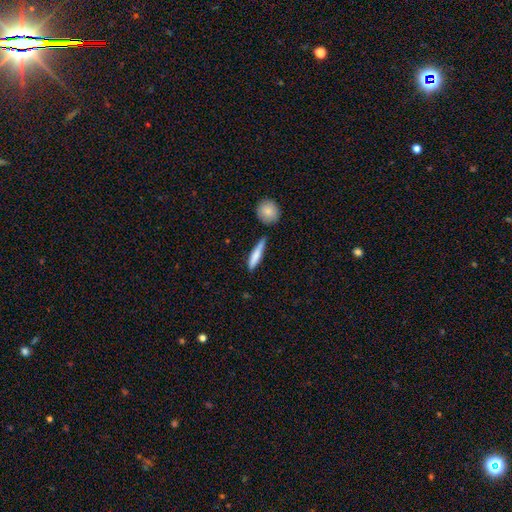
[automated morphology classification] smooth_or_featured: smooth (p=0.75) [alt: featured or disk p=0.19]
how_rounded: cigar-shaped (p=0.85) [alt: in between p=0.13]
merging: none (p=0.73) [alt: minor disturbance p=0.16]